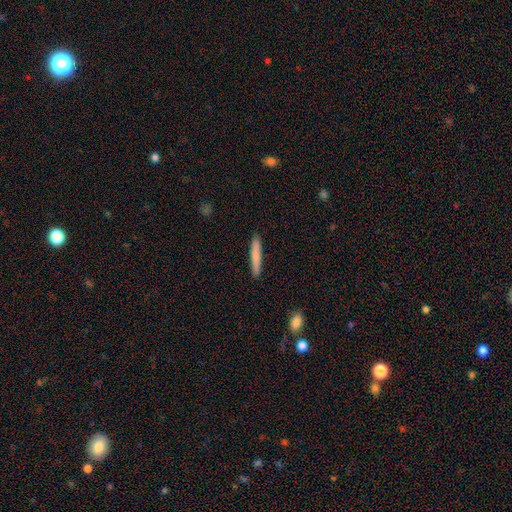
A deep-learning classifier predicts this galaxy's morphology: Smooth or featured: smooth — 76% (featured or disk — 19%)
How rounded: cigar-shaped — 95% (in between — 4%)
Merging: none — 91% (minor disturbance — 7%)